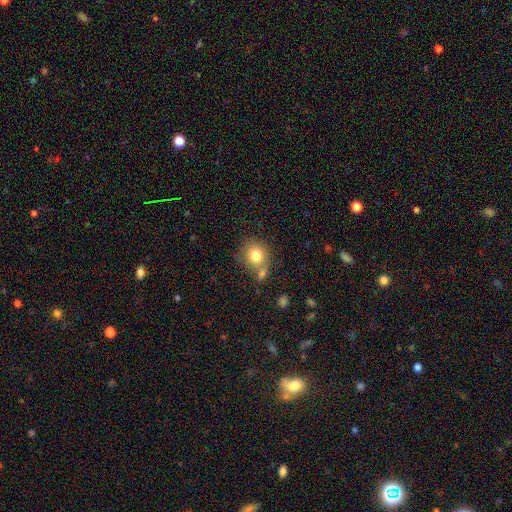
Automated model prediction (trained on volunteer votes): Morphology: type=smooth (79%); roundness=round (82%); merging=none (58%).